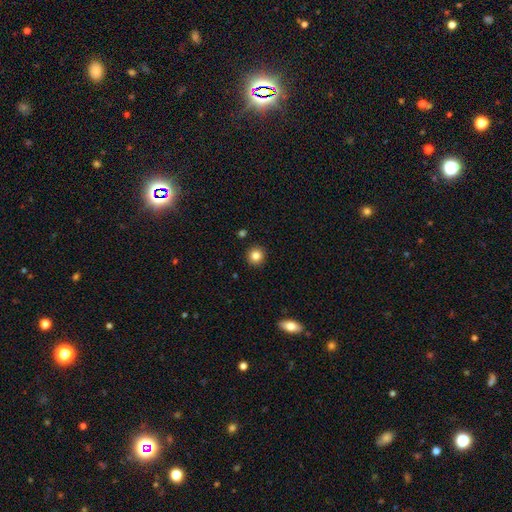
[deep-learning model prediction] A smooth galaxy with no disk features (84%) that is round (94%).

Vote fractions:
- Smooth or featured? smooth: 84% / star or artifact: 10% / featured or disk: 5%
- How rounded? round: 94% / in between: 5% / cigar-shaped: 1%
- Merging? none: 92% / minor disturbance: 5% / major disturbance: 2% / merger: 1%